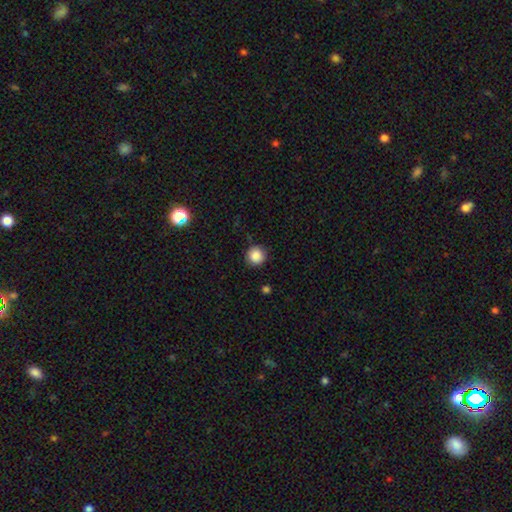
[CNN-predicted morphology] This is clearly a smooth galaxy (87%). How rounded: clearly round (95%). Merging: clearly none (89%).